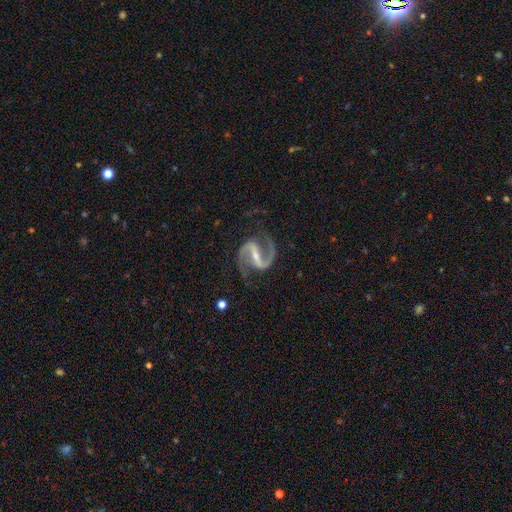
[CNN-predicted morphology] Q: Smooth or featured?
A: featured or disk (94%); runner-up: star or artifact (4%)
Q: Edge-on disk?
A: no (98%); runner-up: yes (2%)
Q: Bar?
A: strong (69%); runner-up: weak (24%)
Q: Spiral arms?
A: yes (98%); runner-up: no (2%)
Q: Spiral winding?
A: medium (62%); runner-up: loose (25%)
Q: Spiral arm count?
A: 2 (94%); runner-up: 1 (2%)
Q: Bulge size?
A: small (63%); runner-up: moderate (26%)
Q: Merging?
A: none (78%); runner-up: minor disturbance (14%)